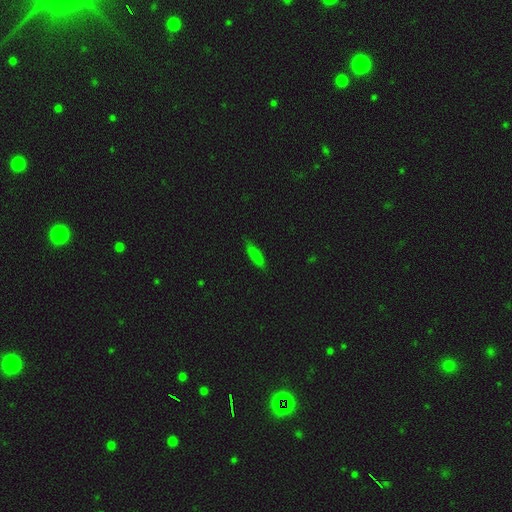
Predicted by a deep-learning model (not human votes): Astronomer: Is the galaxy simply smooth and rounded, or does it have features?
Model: smooth — 79%.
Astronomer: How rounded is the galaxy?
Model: cigar-shaped — 63%.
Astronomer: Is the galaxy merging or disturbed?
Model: none — 82%.